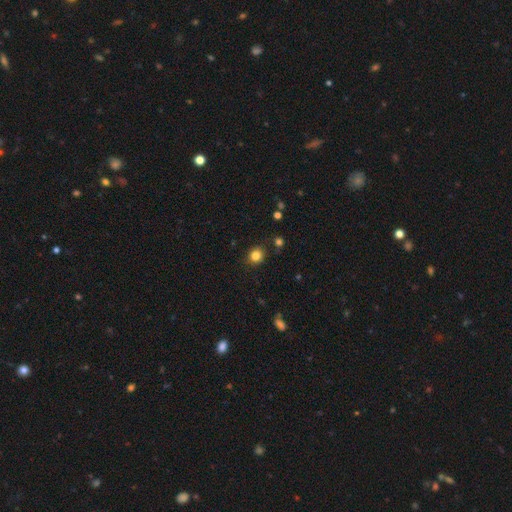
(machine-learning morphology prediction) Overall: smooth (83%). How rounded: round (79%). Merging: none (85%).